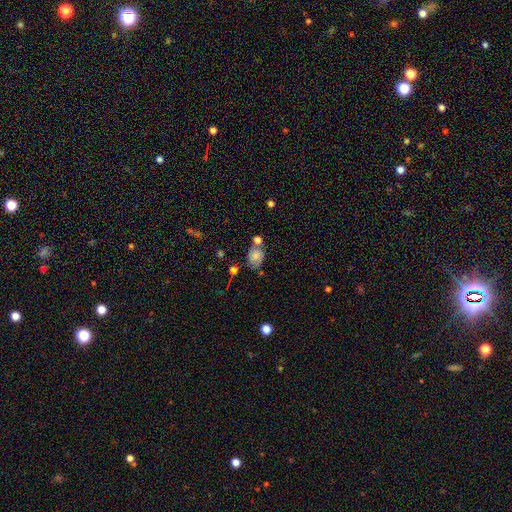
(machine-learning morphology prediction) Smooth or featured? smooth (50%)
Merging? none (51%)